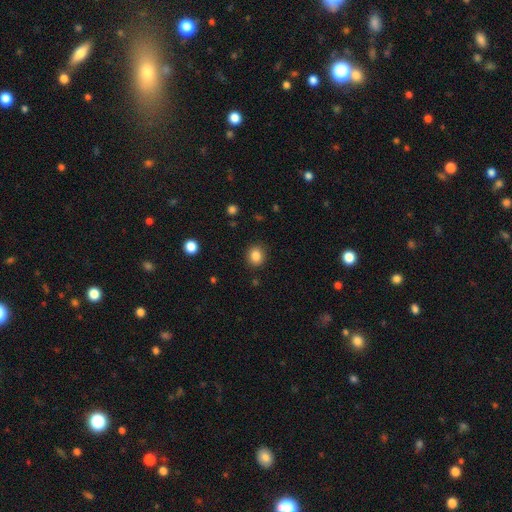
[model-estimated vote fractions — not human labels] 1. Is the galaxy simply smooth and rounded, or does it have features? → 85% smooth, 10% star or artifact, 5% featured or disk.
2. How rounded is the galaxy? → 78% round, 21% in between, 1% cigar-shaped.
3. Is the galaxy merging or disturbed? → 89% none, 7% minor disturbance, 2% major disturbance, 1% merger.